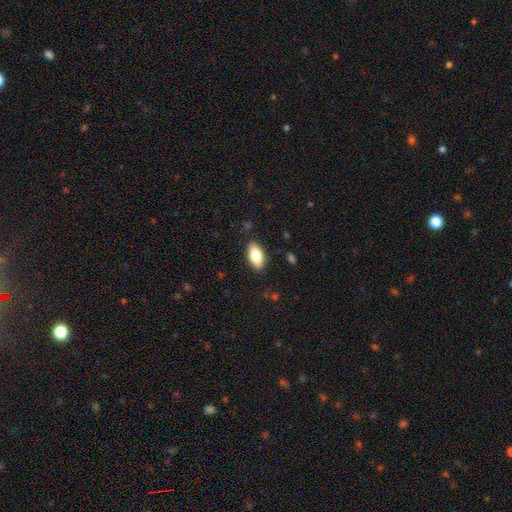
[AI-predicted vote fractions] Overall: smooth (78%). How rounded: in between (88%). Merging: none (87%).